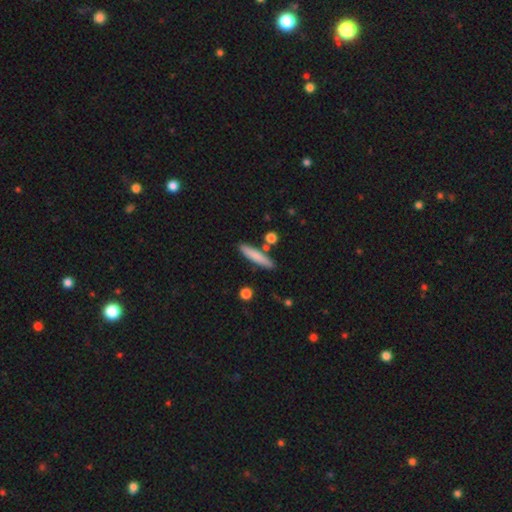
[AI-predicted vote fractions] Q: Smooth or featured?
A: smooth (78%); runner-up: featured or disk (16%)
Q: How rounded?
A: cigar-shaped (90%); runner-up: in between (9%)
Q: Merging?
A: none (84%); runner-up: minor disturbance (9%)